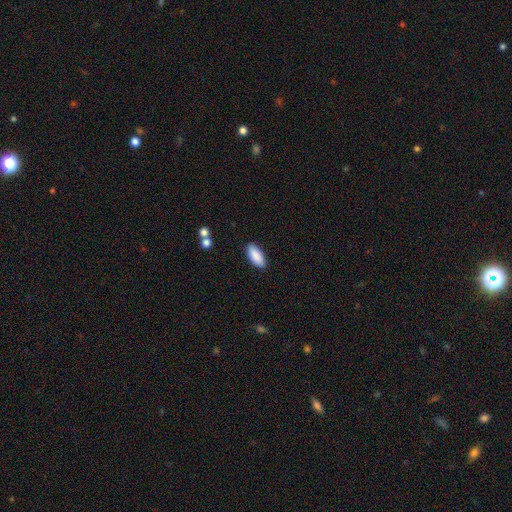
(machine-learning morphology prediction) smooth-or-featured: smooth: 90% | star or artifact: 6% | featured or disk: 4%
  how-rounded: in between: 86% | cigar-shaped: 12% | round: 2%
  merging: none: 87% | minor disturbance: 10% | major disturbance: 2% | merger: 1%